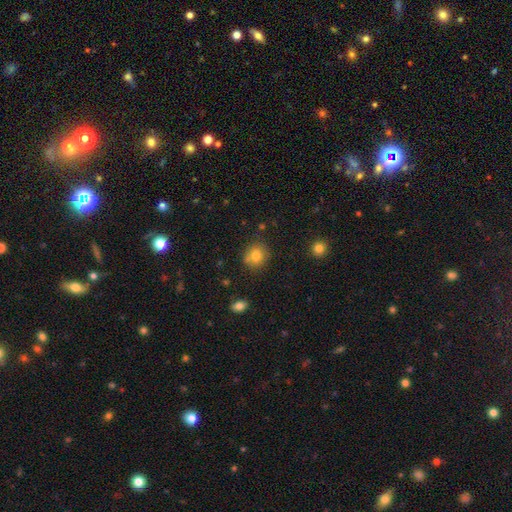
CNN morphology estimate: type=smooth (79%); roundness=round (79%); merging=none (75%).